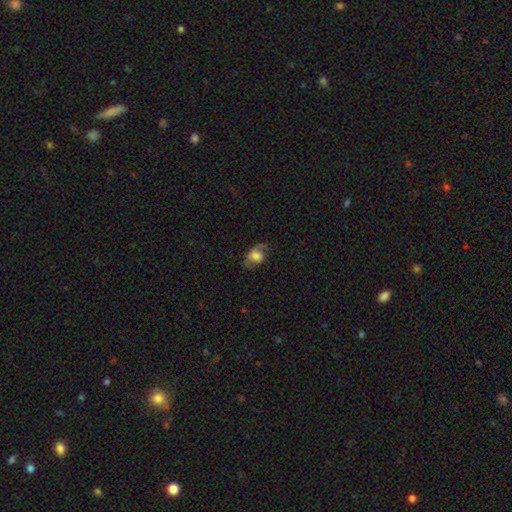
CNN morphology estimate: Smooth or featured?
  - smooth: 55% *
  - featured or disk: 34%
  - star or artifact: 10%
How rounded?
  - in between: 70% *
  - round: 28%
  - cigar-shaped: 2%
Merging?
  - none: 53% *
  - minor disturbance: 25%
  - major disturbance: 20%
  - merger: 2%